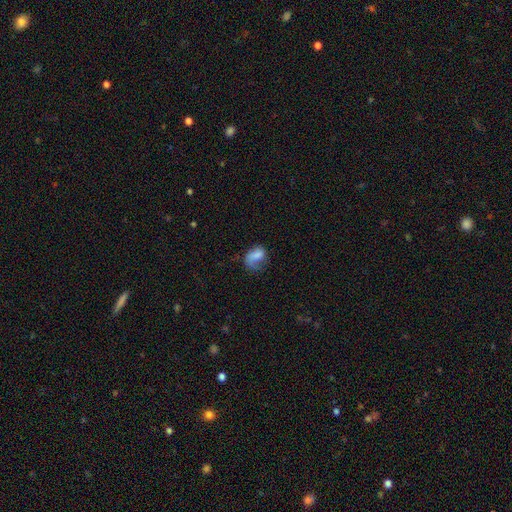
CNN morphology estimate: Smooth or featured? Predicted: smooth (p=0.62). How rounded? Predicted: in between (p=0.78). Merging? Predicted: major disturbance (p=0.40).